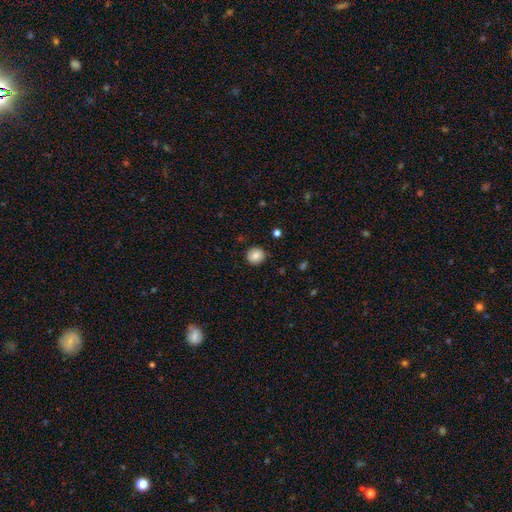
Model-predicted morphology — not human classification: A smooth galaxy with no disk features (84%) that is round (87%). Merging: none (88%).